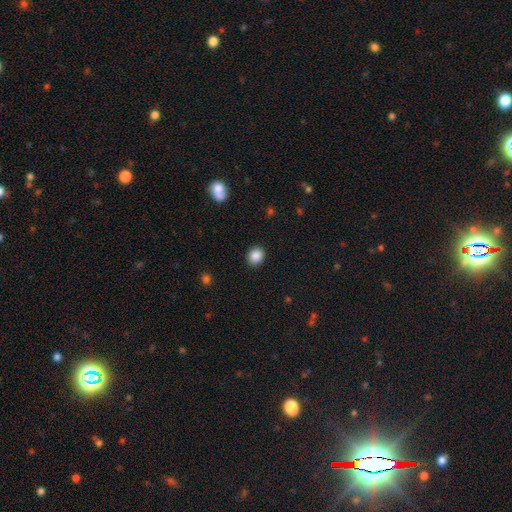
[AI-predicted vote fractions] This is clearly a smooth galaxy (88%). How rounded: likely round (73%). Merging: clearly none (90%).